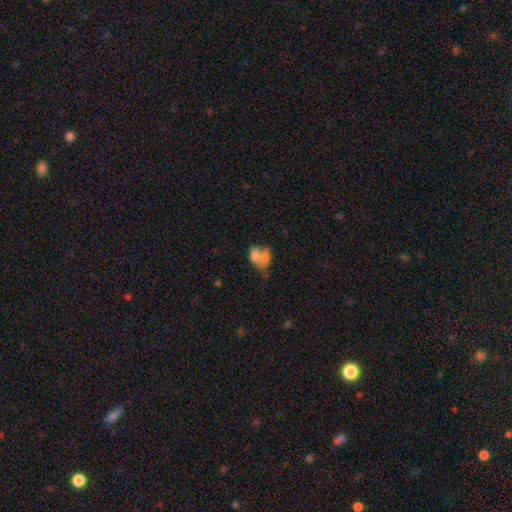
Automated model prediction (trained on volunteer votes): Smooth or featured: smooth — 71% (featured or disk — 19%)
How rounded: in between — 81% (round — 15%)
Merging: merger — 63% (none — 19%)